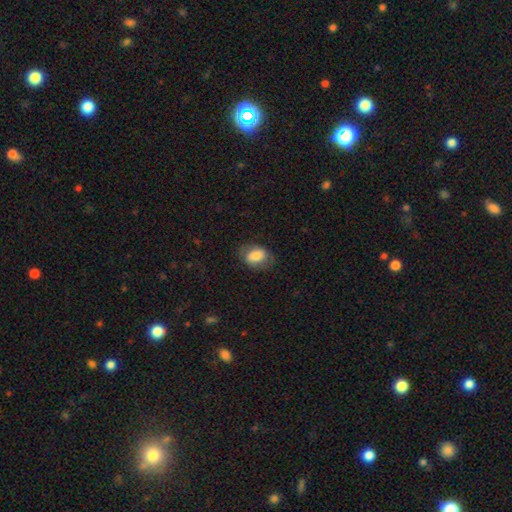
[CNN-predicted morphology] Smooth or featured? Predicted: smooth (p=0.74). How rounded? Predicted: in between (p=0.73). Merging? Predicted: none (p=0.69).